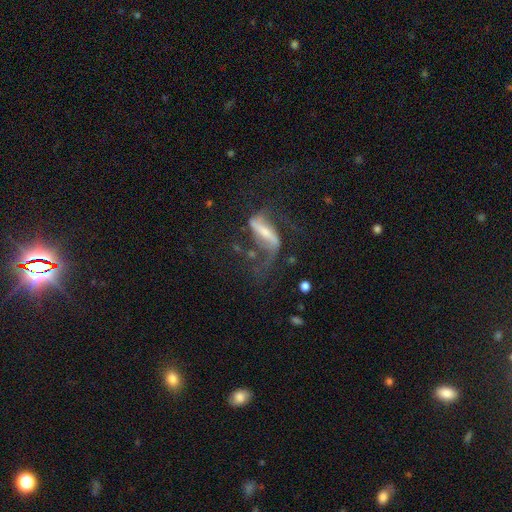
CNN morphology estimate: type=featured or disk (75%); edge-on=no (85%); bar=strong (44%); spiral arms=yes (85%); winding=loose (71%); arm count=2 (75%); bulge=small (49%); merging=none (43%).